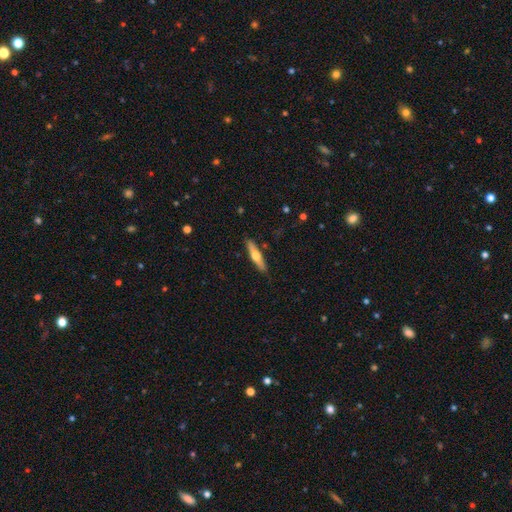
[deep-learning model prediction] Q: Smooth or featured?
A: featured or disk (50%); runner-up: smooth (45%)
Q: Merging?
A: none (87%); runner-up: minor disturbance (9%)